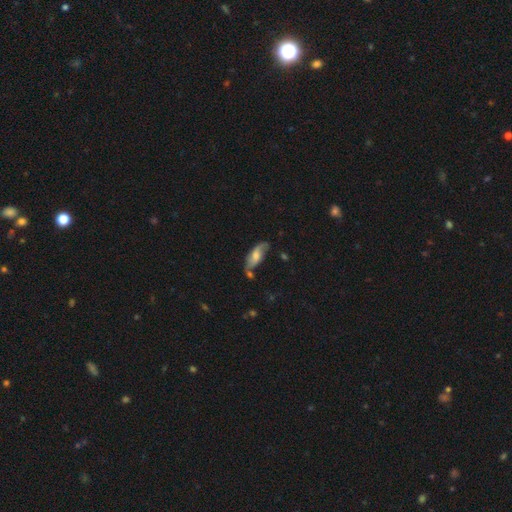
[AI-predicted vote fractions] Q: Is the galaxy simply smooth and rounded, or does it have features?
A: featured or disk — 49%.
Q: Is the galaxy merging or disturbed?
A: none — 57%.